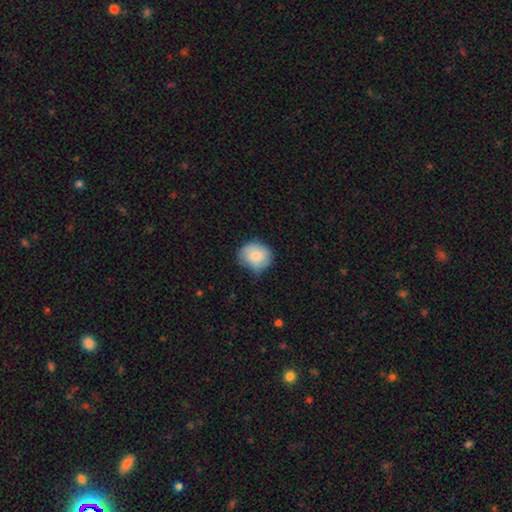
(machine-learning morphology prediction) Smooth or featured? smooth (78%)
How rounded? round (76%)
Merging? none (61%)